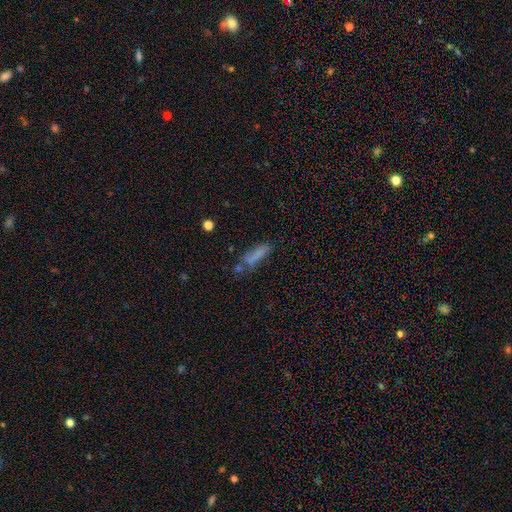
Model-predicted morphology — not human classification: smooth 73%, featured or disk 15%, star or artifact 12%. Down the decision tree: how rounded — cigar-shaped (65%); merging — none (57%).